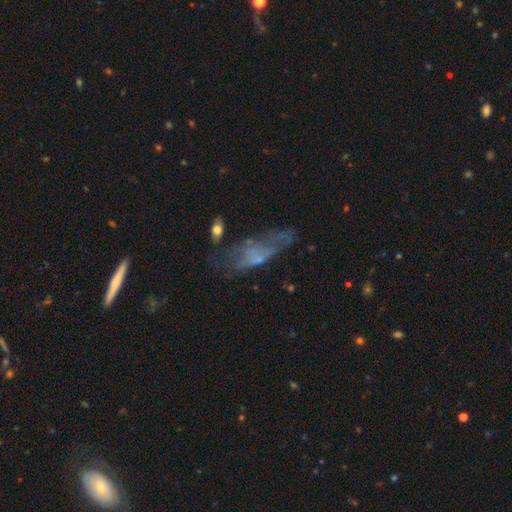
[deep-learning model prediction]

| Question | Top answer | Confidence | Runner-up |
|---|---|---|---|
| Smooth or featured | smooth | 45% | featured or disk (42%) |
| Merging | none | 35% | major disturbance (31%) |